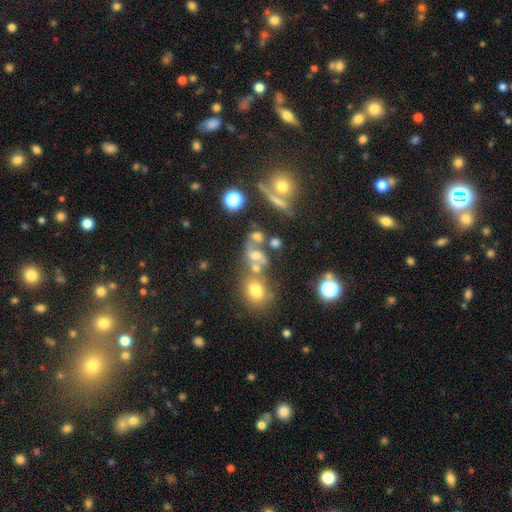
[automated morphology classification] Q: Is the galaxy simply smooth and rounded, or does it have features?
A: smooth — 43%.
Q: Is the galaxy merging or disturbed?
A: merger — 50%.